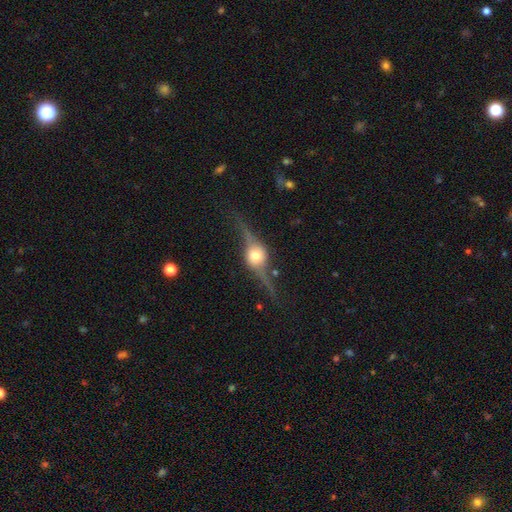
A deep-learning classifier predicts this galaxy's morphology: Q: Smooth or featured?
A: featured or disk (84%); runner-up: smooth (10%)
Q: Edge-on disk?
A: yes (94%); runner-up: no (6%)
Q: Edge-on bulge?
A: rounded (95%); runner-up: boxy (4%)
Q: Merging?
A: none (79%); runner-up: minor disturbance (13%)